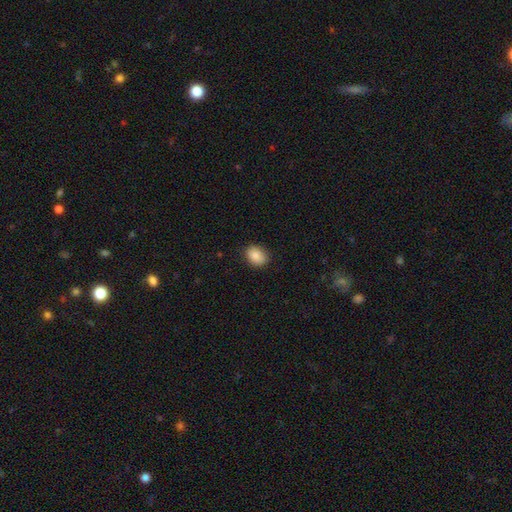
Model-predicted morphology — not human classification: Q: Smooth or featured?
A: smooth (88%); runner-up: star or artifact (8%)
Q: How rounded?
A: in between (67%); runner-up: round (32%)
Q: Merging?
A: none (87%); runner-up: minor disturbance (10%)